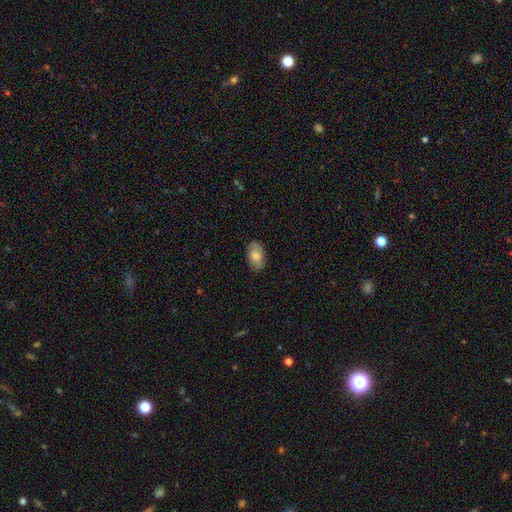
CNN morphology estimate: Q: Smooth or featured?
A: smooth (67%); runner-up: featured or disk (26%)
Q: How rounded?
A: in between (92%); runner-up: round (6%)
Q: Merging?
A: none (82%); runner-up: minor disturbance (14%)